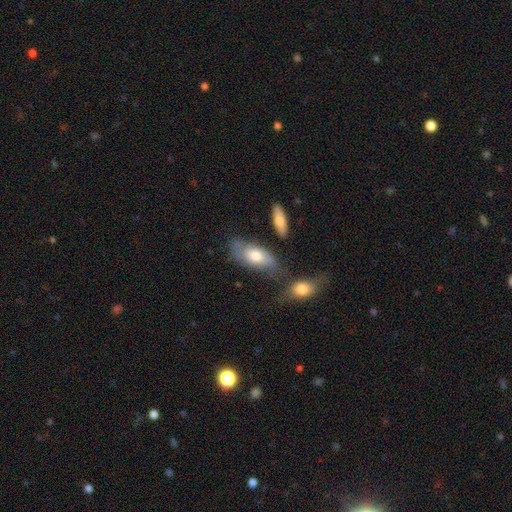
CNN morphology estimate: Smooth or featured? Predicted: smooth (p=0.61). How rounded? Predicted: in between (p=0.88). Merging? Predicted: none (p=0.51).